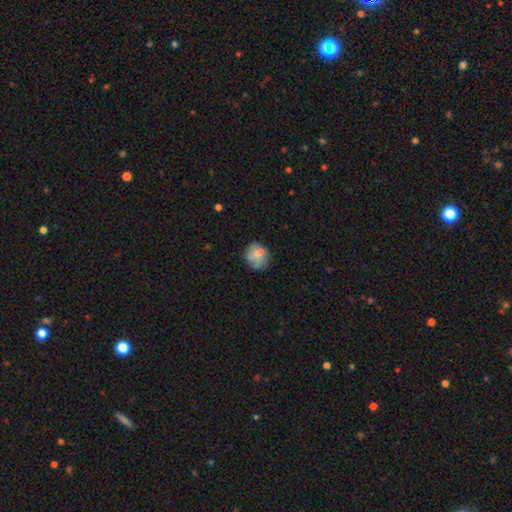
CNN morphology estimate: Smooth or featured? Predicted: smooth (p=0.69). How rounded? Predicted: round (p=0.77). Merging? Predicted: none (p=0.62).